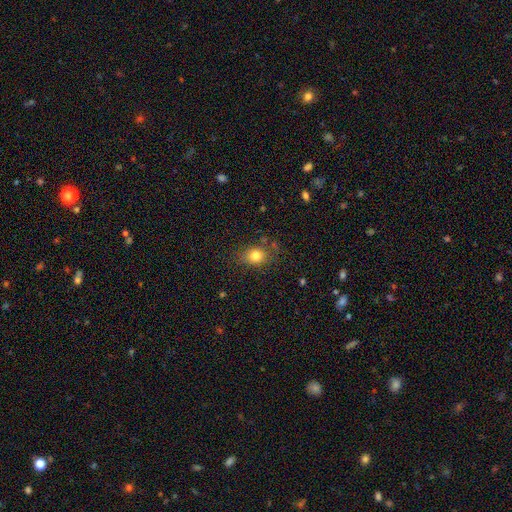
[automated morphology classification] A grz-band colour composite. It shows a smooth galaxy with no disk features (80%) that is in between round and cigar-shaped (52%). Merging: none (74%).